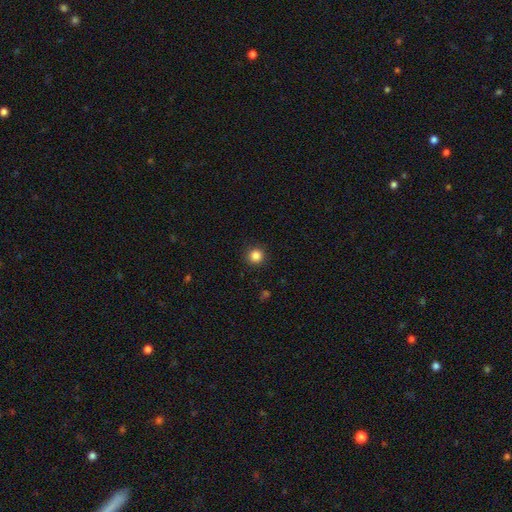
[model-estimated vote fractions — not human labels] Smooth or featured? smooth (85%)
How rounded? round (94%)
Merging? none (92%)